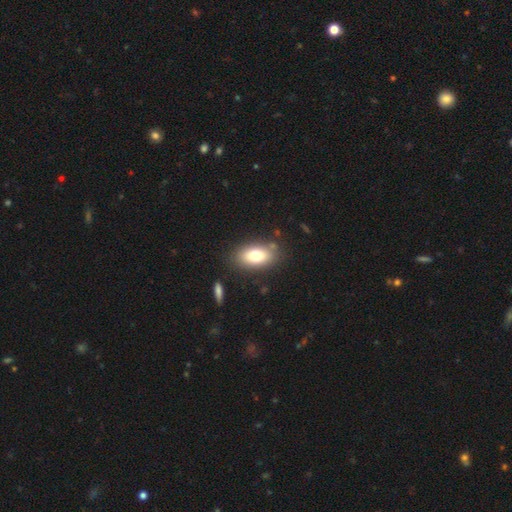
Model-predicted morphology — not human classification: Overall: smooth (75%). How rounded: in between (89%). Merging: none (81%).